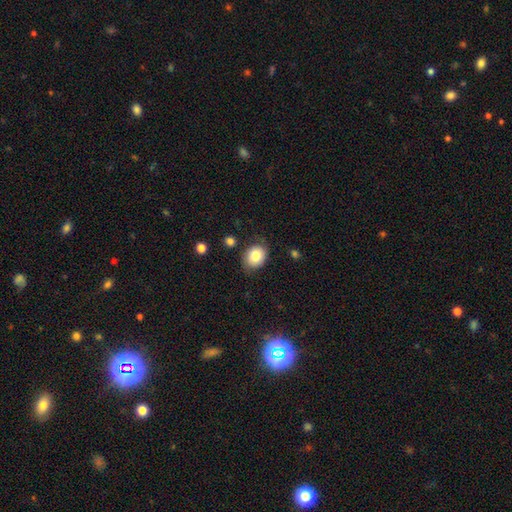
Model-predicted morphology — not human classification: A smooth galaxy with no disk features (79%) that is round (52%). Merging: none (74%).